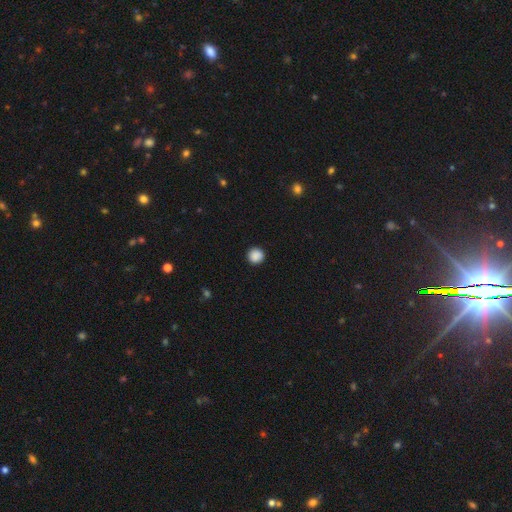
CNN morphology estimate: Q: Smooth or featured?
A: smooth (88%); runner-up: star or artifact (9%)
Q: How rounded?
A: round (95%); runner-up: in between (4%)
Q: Merging?
A: none (92%); runner-up: minor disturbance (5%)